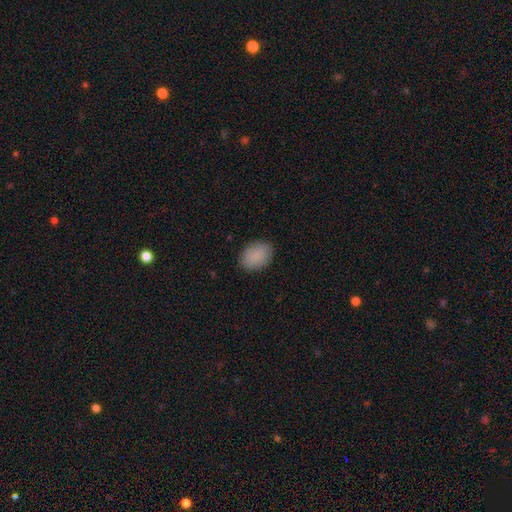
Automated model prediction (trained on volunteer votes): This appears to be a smooth galaxy with no disk features (87%) that is in between round and cigar-shaped (74%). Merging: none (85%).